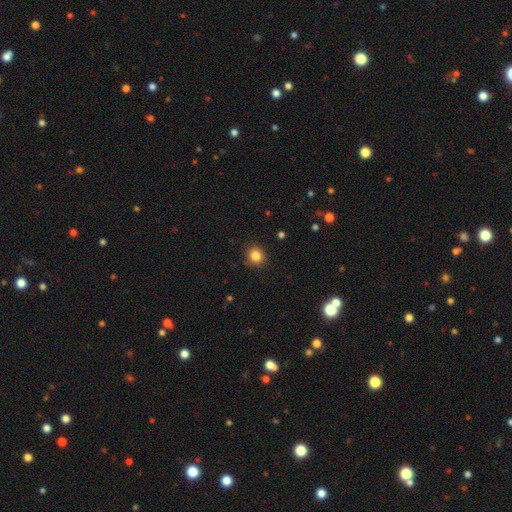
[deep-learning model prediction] This is clearly a smooth galaxy (83%). How rounded: clearly round (90%). Merging: clearly none (90%).